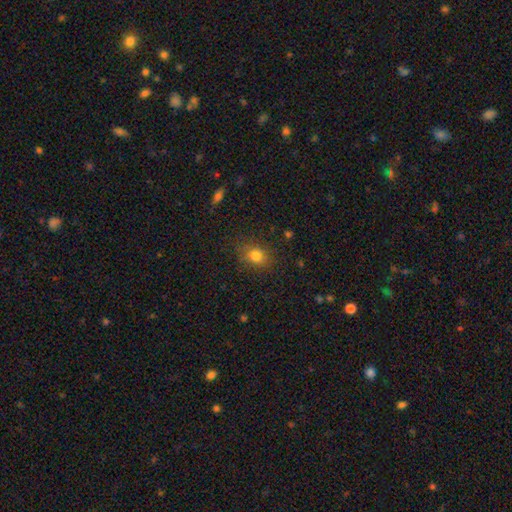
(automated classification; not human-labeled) This is likely a smooth galaxy (79%). How rounded: possibly round (52%). Merging: clearly none (82%).